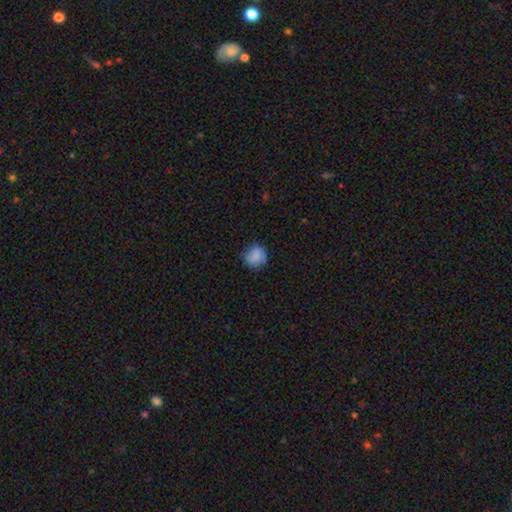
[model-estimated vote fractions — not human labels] Smooth or featured: smooth — 78% (featured or disk — 14%)
How rounded: round — 81% (in between — 18%)
Merging: none — 70% (minor disturbance — 22%)